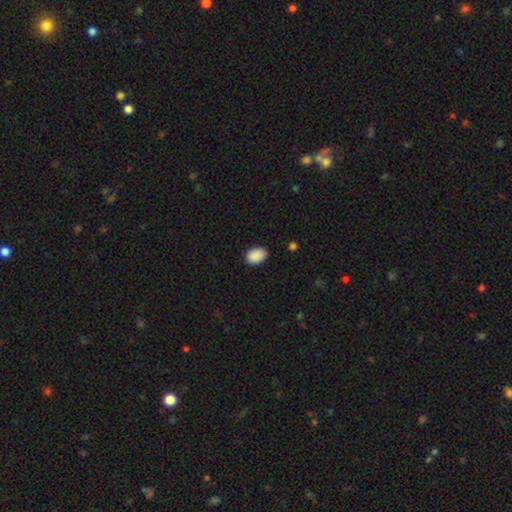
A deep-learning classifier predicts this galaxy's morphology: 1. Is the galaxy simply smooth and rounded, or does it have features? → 90% smooth, 7% star or artifact, 3% featured or disk.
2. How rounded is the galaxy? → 84% in between, 15% round, 1% cigar-shaped.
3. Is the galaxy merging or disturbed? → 84% none, 12% minor disturbance, 2% major disturbance, 1% merger.